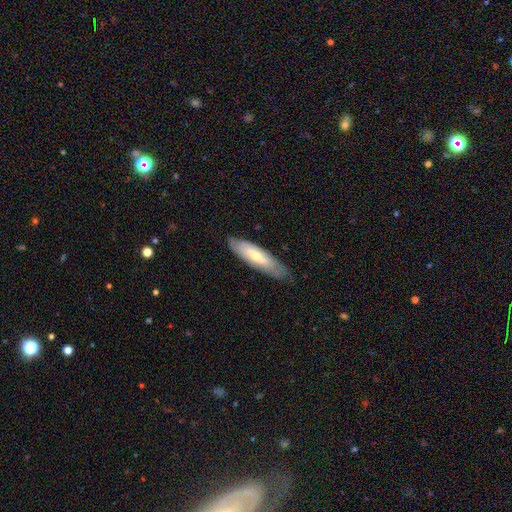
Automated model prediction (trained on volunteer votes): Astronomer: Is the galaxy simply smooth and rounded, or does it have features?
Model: smooth — 48% (runner-up: featured or disk, 46%).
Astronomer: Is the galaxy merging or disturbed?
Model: none — 77%.